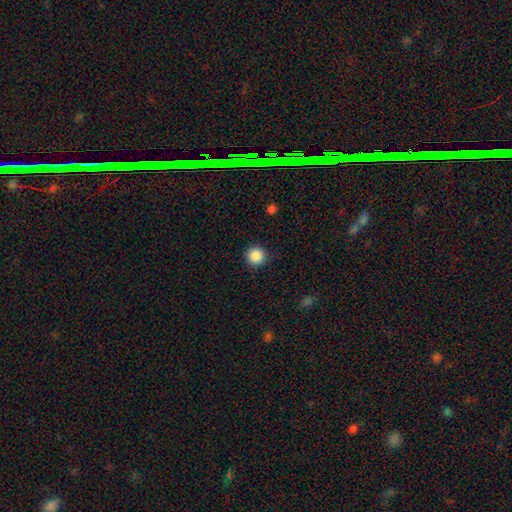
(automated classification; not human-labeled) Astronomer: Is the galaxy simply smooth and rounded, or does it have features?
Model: smooth — 87%.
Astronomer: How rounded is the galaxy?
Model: round — 96%.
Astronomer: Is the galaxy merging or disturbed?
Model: none — 91%.